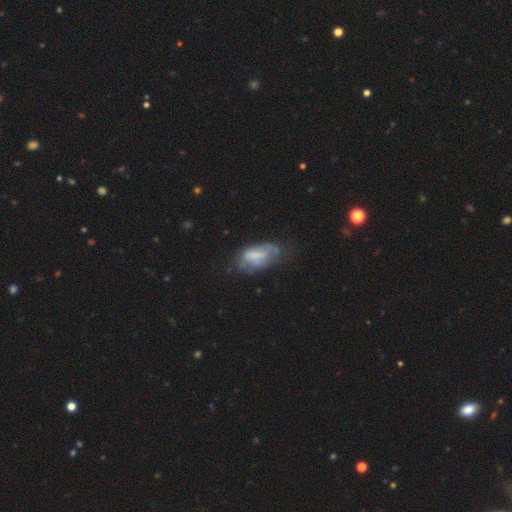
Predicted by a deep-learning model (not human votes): The model was most divided on "smooth or featured": smooth: 49%, featured or disk: 42%, star or artifact: 9%. Remaining: merging — none (42%).